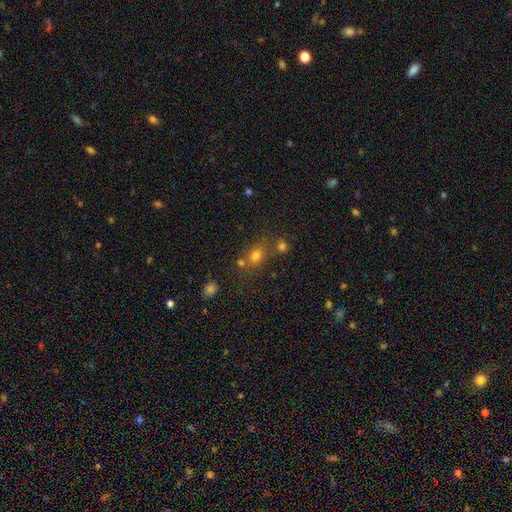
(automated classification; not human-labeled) Smooth or featured: smooth — 65% (star or artifact — 23%)
How rounded: round — 57% (in between — 39%)
Merging: none — 57% (merger — 26%)